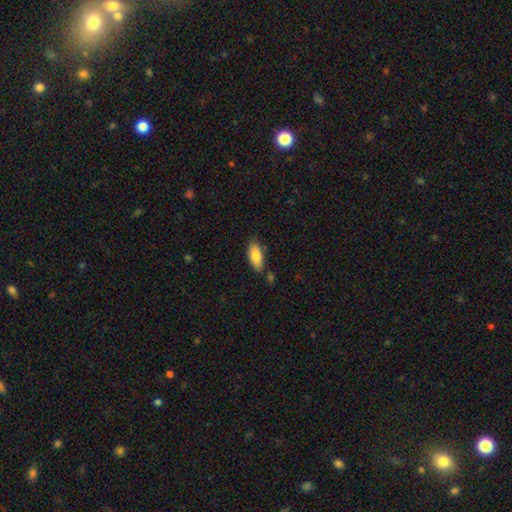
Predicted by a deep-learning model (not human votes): Smooth or featured? smooth (84%)
How rounded? in between (86%)
Merging? none (75%)